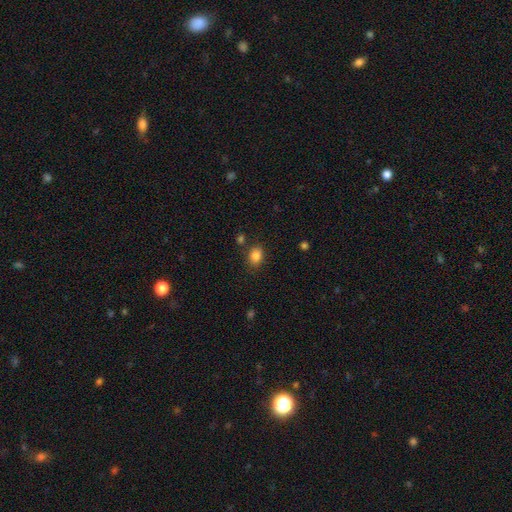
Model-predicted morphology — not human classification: smooth_or_featured: smooth (p=0.85) [alt: star or artifact p=0.11]
how_rounded: in between (p=0.57) [alt: round p=0.42]
merging: none (p=0.78) [alt: minor disturbance p=0.13]